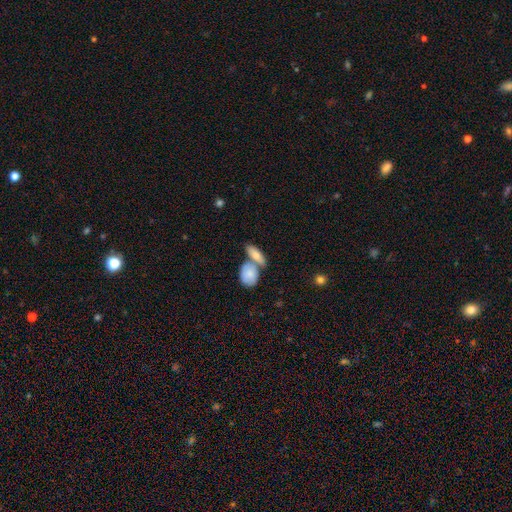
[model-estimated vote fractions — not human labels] smooth 71%, featured or disk 22%, star or artifact 7%. Down the decision tree: how rounded — in between (67%); merging — merger (44%, tied with none).